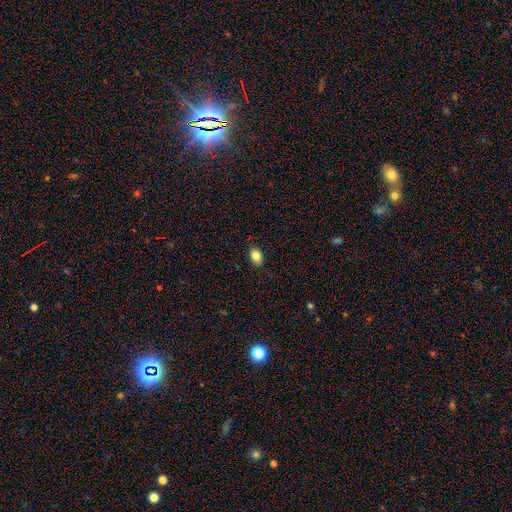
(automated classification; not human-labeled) Smooth or featured? smooth (83%)
How rounded? in between (86%)
Merging? none (87%)